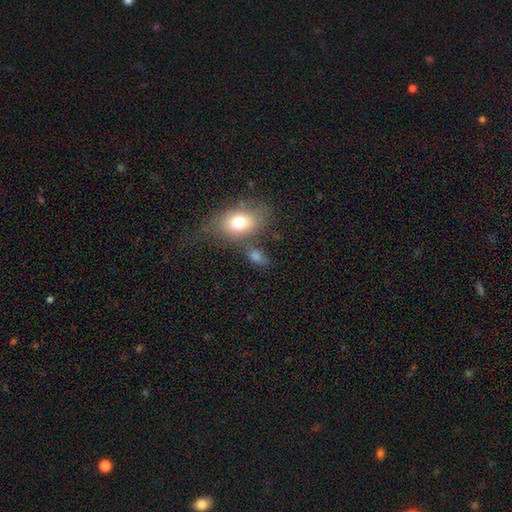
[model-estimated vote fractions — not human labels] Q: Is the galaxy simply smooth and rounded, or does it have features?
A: smooth — 73%.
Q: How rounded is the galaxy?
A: in between — 77%.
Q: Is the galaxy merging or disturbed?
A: none — 51%.